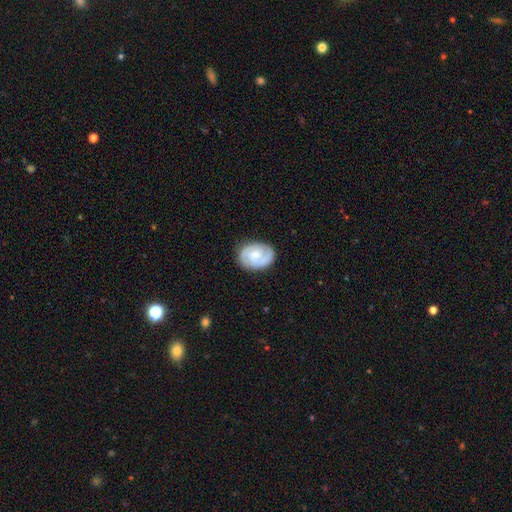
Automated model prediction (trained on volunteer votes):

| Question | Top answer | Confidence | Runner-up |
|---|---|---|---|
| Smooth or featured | featured or disk | 68% | smooth (26%) |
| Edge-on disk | no | 97% | yes (3%) |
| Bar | no | 63% | weak (32%) |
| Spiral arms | yes | 89% | no (11%) |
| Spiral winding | tight | 48% | medium (40%) |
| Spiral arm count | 2 | 69% | can't tell (15%) |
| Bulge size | small | 50% | moderate (44%) |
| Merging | none | 81% | minor disturbance (14%) |